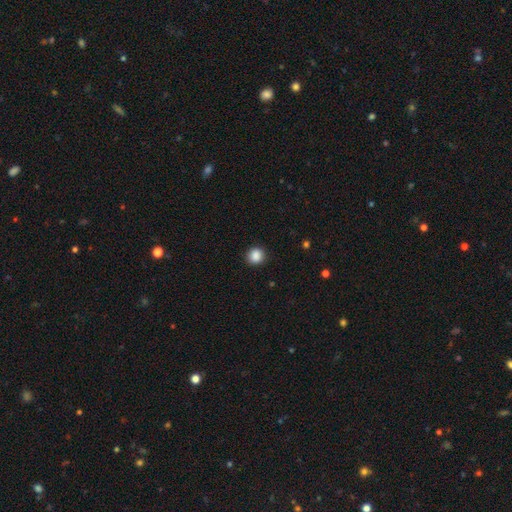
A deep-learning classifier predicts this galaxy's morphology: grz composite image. It shows a smooth galaxy with no disk features (88%) that is round (89%). Merging: none (90%).